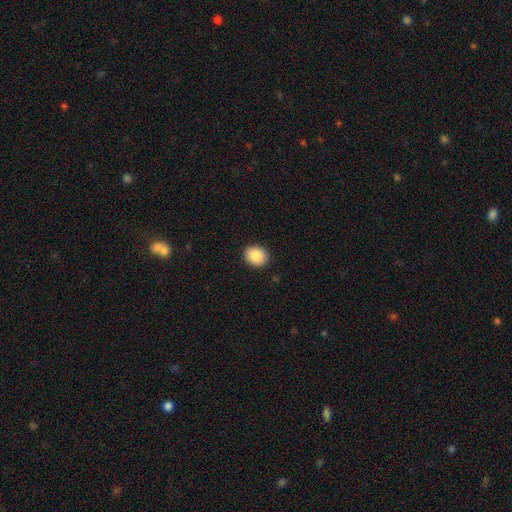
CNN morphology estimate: This appears to be a smooth galaxy with no disk features (89%) that is round (60%). Merging: none (91%).